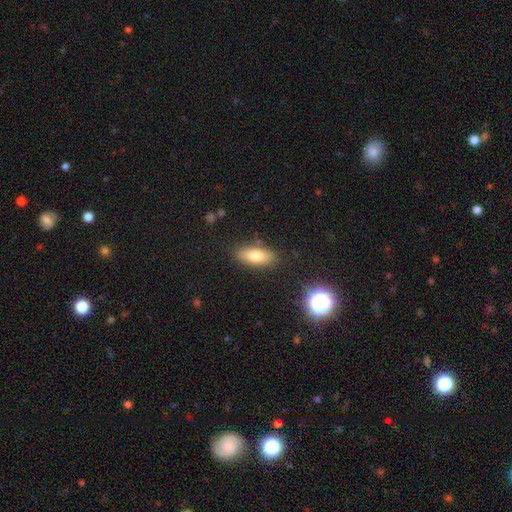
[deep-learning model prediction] Smooth or featured?
  - smooth: 75% *
  - featured or disk: 16%
  - star or artifact: 9%
How rounded?
  - in between: 77% *
  - cigar-shaped: 19%
  - round: 4%
Merging?
  - none: 84% *
  - minor disturbance: 11%
  - major disturbance: 3%
  - merger: 2%